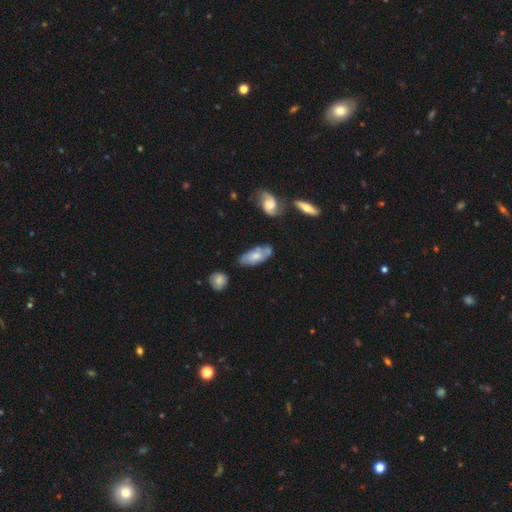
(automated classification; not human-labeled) Smooth or featured: smooth — 53% (featured or disk — 40%)
How rounded: in between — 83% (cigar-shaped — 13%)
Merging: none — 52% (minor disturbance — 27%)